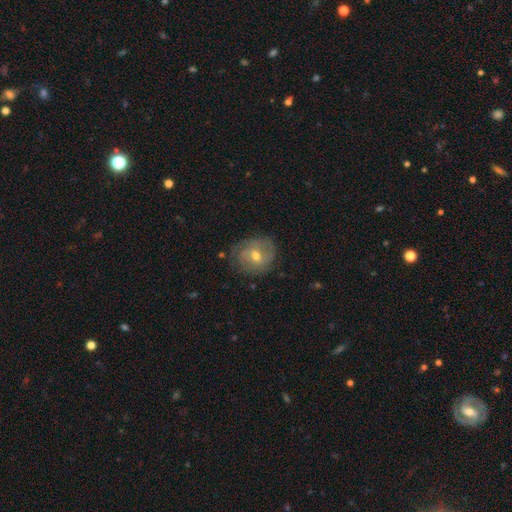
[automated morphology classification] Smooth or featured? featured or disk (61%)
Edge-on disk? no (96%)
Bar? no (47%)
Spiral arms? yes (79%)
Bulge size? moderate (67%)
Merging? none (70%)